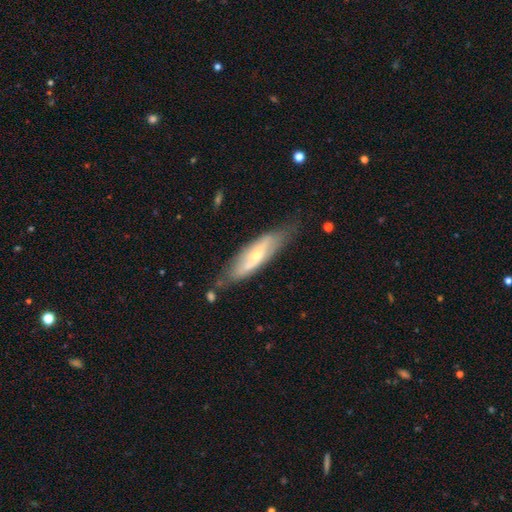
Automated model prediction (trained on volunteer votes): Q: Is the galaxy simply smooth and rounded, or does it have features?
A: featured or disk — 61%.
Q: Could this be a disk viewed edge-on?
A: no — 59%.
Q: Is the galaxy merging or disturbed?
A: none — 68%.